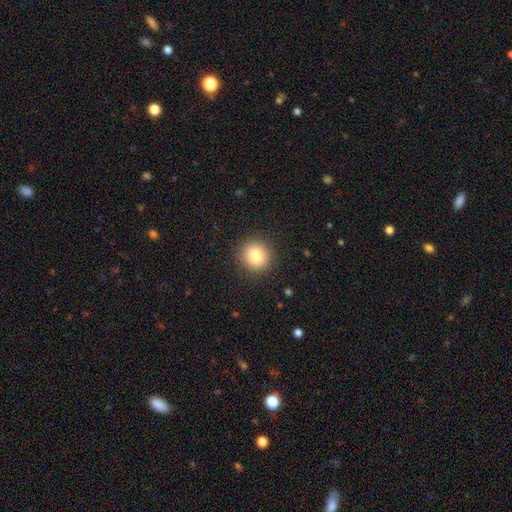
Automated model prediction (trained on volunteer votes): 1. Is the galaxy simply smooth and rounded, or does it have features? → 82% smooth, 10% star or artifact, 7% featured or disk.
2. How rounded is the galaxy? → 93% round, 6% in between, 1% cigar-shaped.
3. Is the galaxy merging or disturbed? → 91% none, 6% minor disturbance, 2% major disturbance, 1% merger.